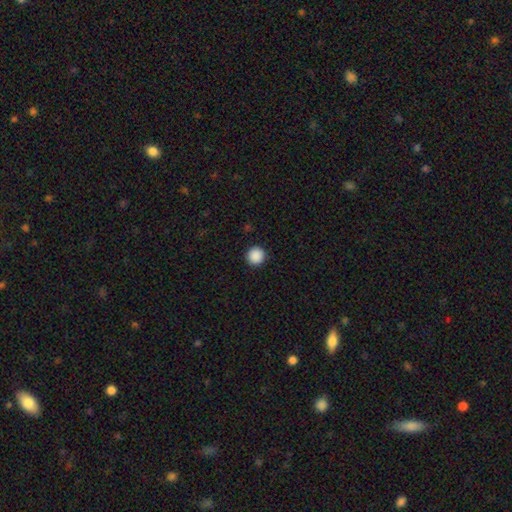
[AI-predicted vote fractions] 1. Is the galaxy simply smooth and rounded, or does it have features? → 89% smooth, 9% star or artifact, 2% featured or disk.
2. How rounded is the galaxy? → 96% round, 3% in between, 1% cigar-shaped.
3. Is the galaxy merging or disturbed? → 93% none, 5% minor disturbance, 2% major disturbance, 1% merger.